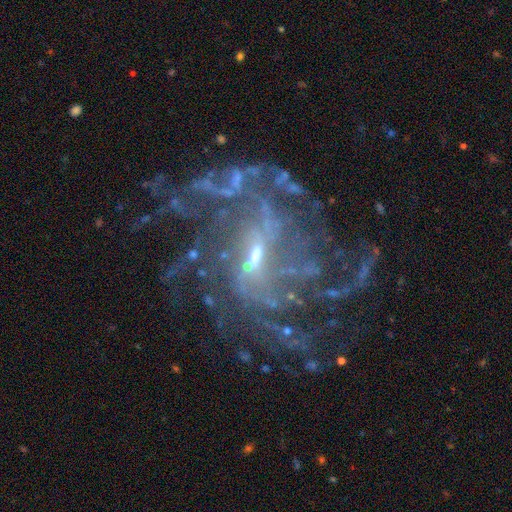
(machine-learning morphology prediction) This appears to be a featured or disk galaxy (84%) with a weak bar (46%), medium (43%) spiral arms (94%) and a small central bulge (68%). Merging: none (51%).